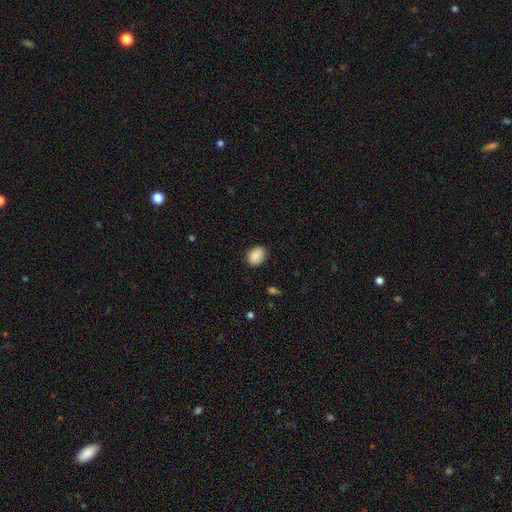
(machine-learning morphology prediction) Smooth or featured? smooth (88%)
How rounded? in between (55%)
Merging? none (86%)